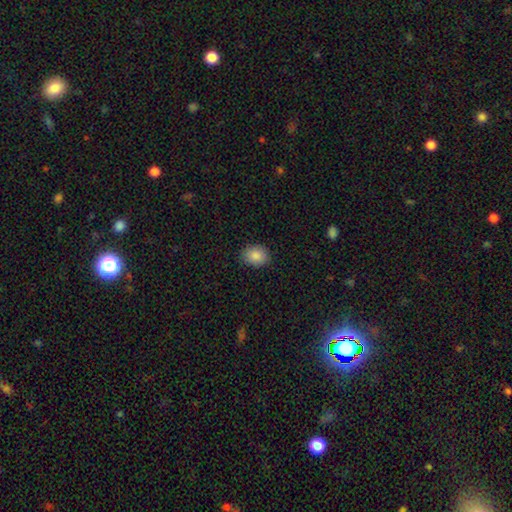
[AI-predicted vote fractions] Smooth or featured: smooth — 87% (star or artifact — 8%)
How rounded: in between — 54% (round — 45%)
Merging: none — 88% (minor disturbance — 9%)